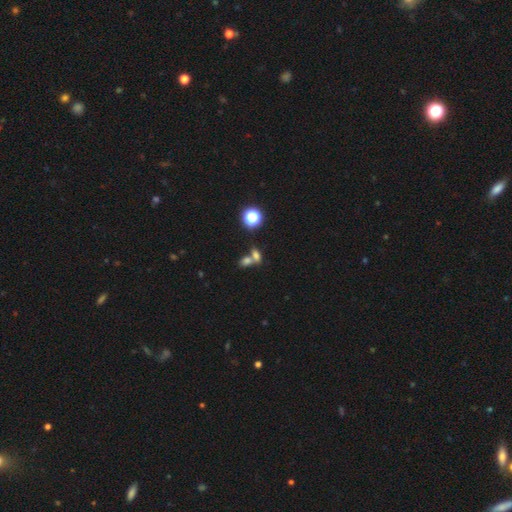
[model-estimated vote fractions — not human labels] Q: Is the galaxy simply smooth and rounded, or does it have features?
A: smooth — 68%.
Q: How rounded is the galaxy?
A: in between — 70%.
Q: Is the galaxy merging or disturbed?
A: merger — 54%.